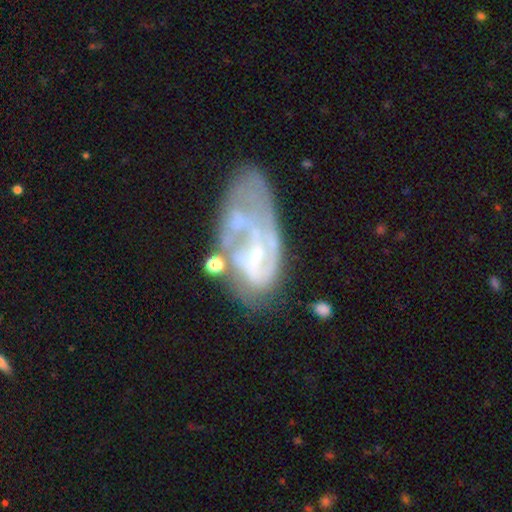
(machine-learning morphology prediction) A featured or disk galaxy (75%) with no bar (54%), spiral arms (66%) and a small central bulge (54%). Merging: none (33%).